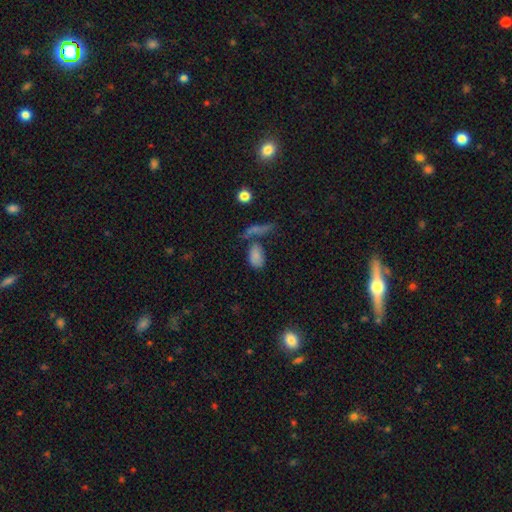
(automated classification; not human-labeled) Q: Smooth or featured?
A: smooth (80%); runner-up: star or artifact (11%)
Q: How rounded?
A: in between (92%); runner-up: round (6%)
Q: Merging?
A: none (49%); runner-up: merger (26%)